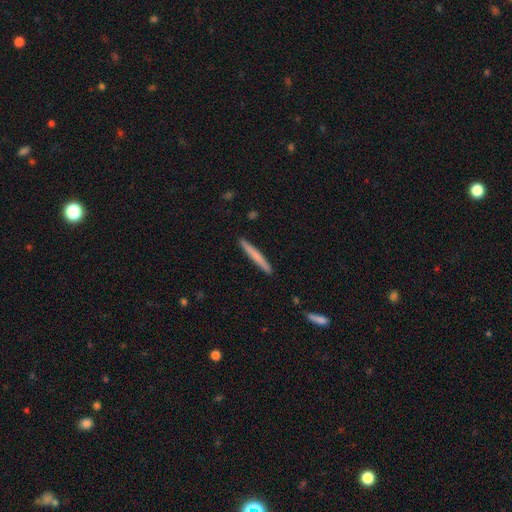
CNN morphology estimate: type=smooth (70%); roundness=cigar-shaped (97%); merging=none (92%).